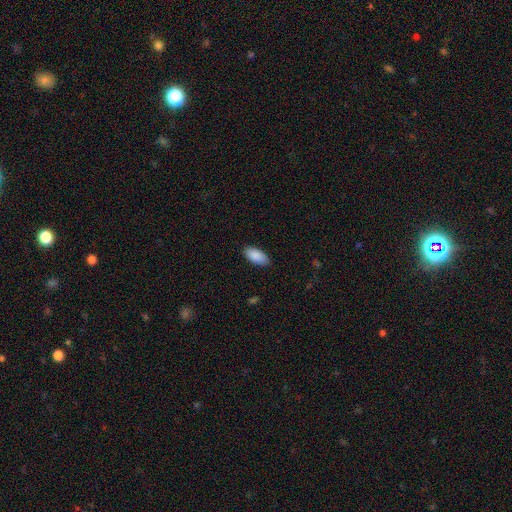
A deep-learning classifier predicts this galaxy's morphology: Smooth or featured: smooth — 90% (star or artifact — 6%)
How rounded: in between — 92% (cigar-shaped — 6%)
Merging: none — 86% (minor disturbance — 11%)